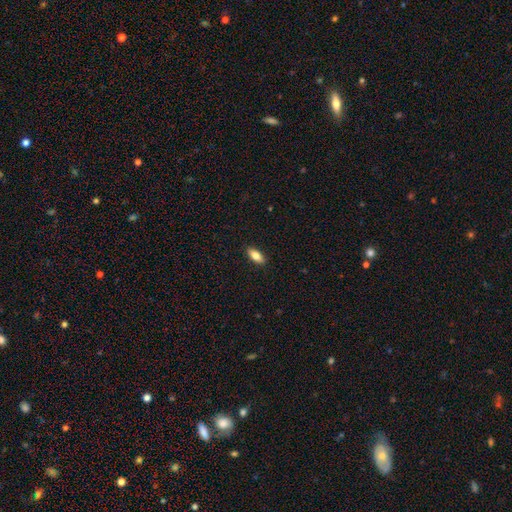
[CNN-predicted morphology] This appears to be a smooth galaxy with no disk features (78%) that is in between round and cigar-shaped (80%). Merging: none (90%).